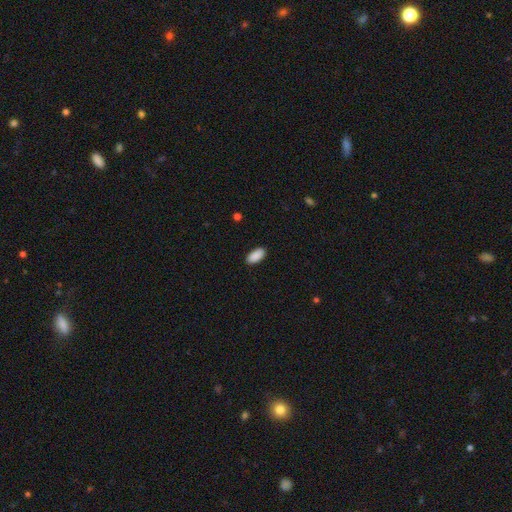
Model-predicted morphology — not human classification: The model was most divided on "merging": none: 89%, minor disturbance: 8%, major disturbance: 2%, merger: 1%. More confident: how rounded — in between (93%); smooth or featured — smooth (91%).